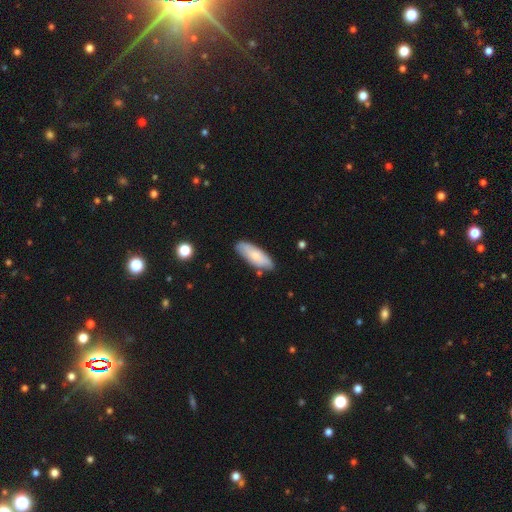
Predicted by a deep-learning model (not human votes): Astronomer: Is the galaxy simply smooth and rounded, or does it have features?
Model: smooth — 77%.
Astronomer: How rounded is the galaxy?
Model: in between — 69%.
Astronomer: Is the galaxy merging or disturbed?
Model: none — 81%.